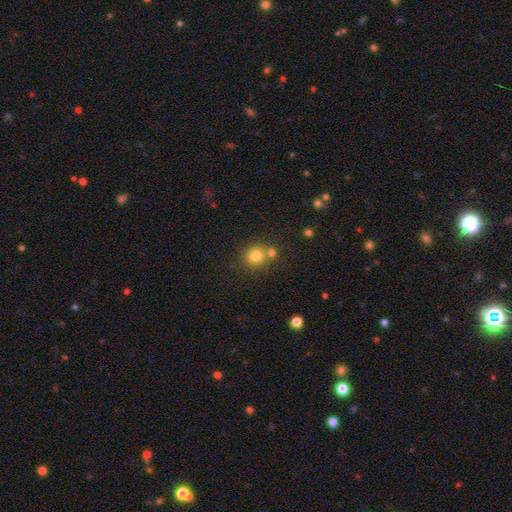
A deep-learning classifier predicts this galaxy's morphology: Smooth or featured: smooth — 80% (star or artifact — 12%)
How rounded: round — 88% (in between — 11%)
Merging: none — 62% (merger — 27%)